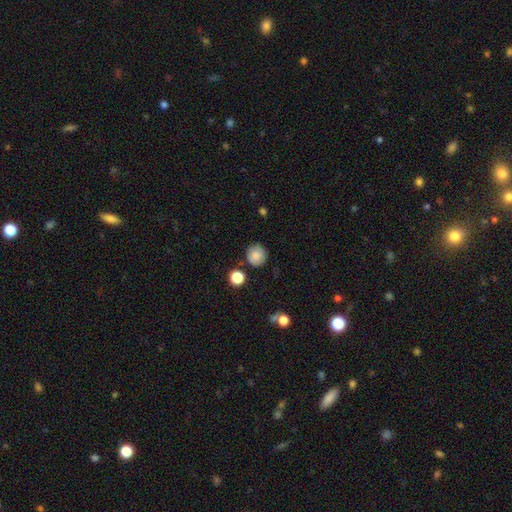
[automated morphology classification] smooth 83%, star or artifact 10%, featured or disk 8%. Down the decision tree: how rounded — round (90%); merging — none (82%).